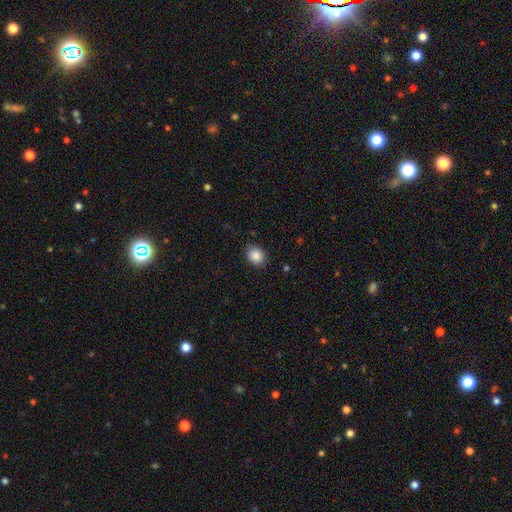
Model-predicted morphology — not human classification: This appears to be a smooth galaxy with no disk features (87%) that is round (56%). Merging: none (88%).